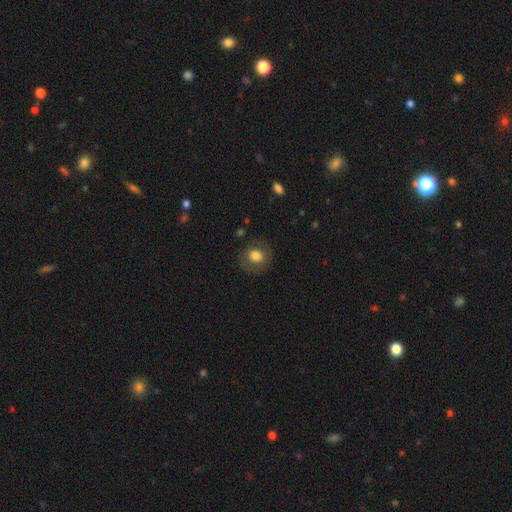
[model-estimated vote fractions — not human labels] Smooth or featured? smooth (71%)
How rounded? round (76%)
Merging? none (82%)